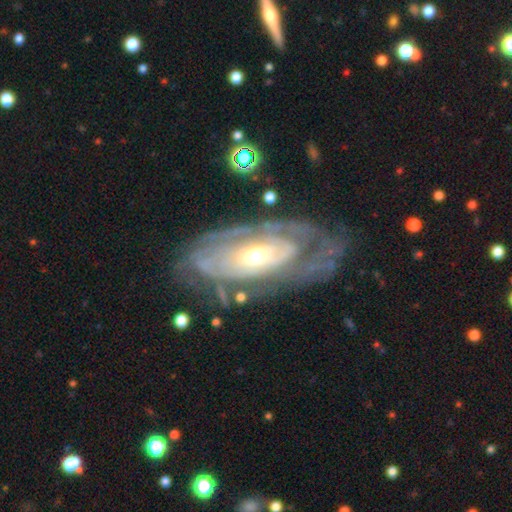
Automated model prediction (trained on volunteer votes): Smooth or featured?
  - featured or disk: 81% *
  - smooth: 13%
  - star or artifact: 6%
Edge-on disk?
  - no: 90% *
  - yes: 10%
Bar?
  - no: 70% *
  - weak: 21%
  - strong: 9%
Spiral arms?
  - yes: 76% *
  - no: 24%
Spiral winding?
  - tight: 69% *
  - medium: 23%
  - loose: 8%
Spiral arm count?
  - can't tell: 55% *
  - 2: 21%
  - 3: 9%
  - 1: 6%
  - 4: 5%
  - more than 4: 4%
Bulge size?
  - moderate: 56% *
  - small: 34%
  - large: 7%
  - dominant: 1%
  - none: 1%
Merging?
  - none: 65% *
  - minor disturbance: 19%
  - major disturbance: 13%
  - merger: 2%